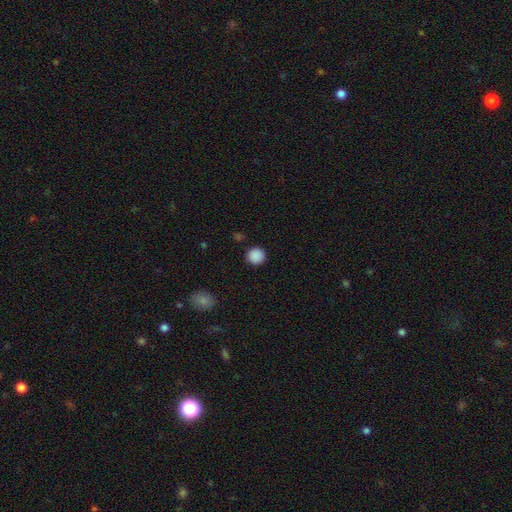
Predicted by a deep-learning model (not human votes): A smooth galaxy with no disk features (88%) that is round (93%). Merging: none (91%).